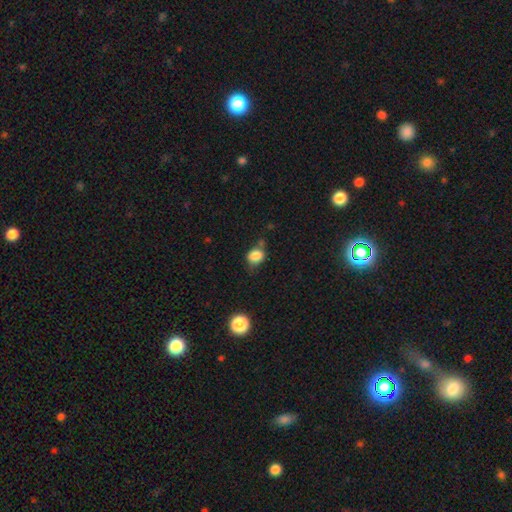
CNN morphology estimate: Smooth or featured? Predicted: smooth (p=0.83). How rounded? Predicted: round (p=0.53). Merging? Predicted: none (p=0.56).